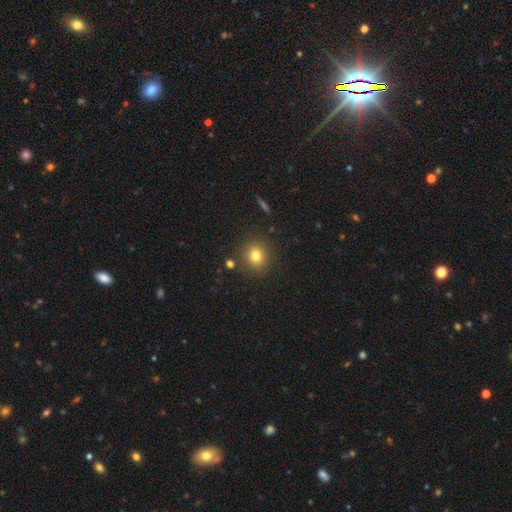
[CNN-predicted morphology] A smooth galaxy with no disk features (79%) that is round (82%). Merging: none (86%).